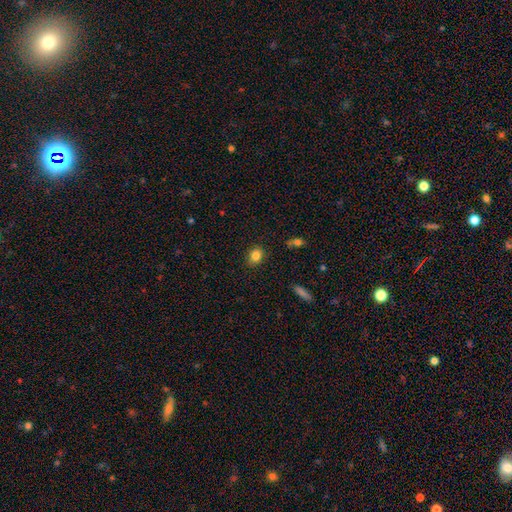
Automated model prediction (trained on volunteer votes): A smooth galaxy with no disk features (83%) that is round (52%).

Vote fractions:
- Smooth or featured? smooth: 83% / star or artifact: 10% / featured or disk: 7%
- How rounded? round: 52% / in between: 46% / cigar-shaped: 1%
- Merging? none: 87% / minor disturbance: 9% / major disturbance: 2% / merger: 1%